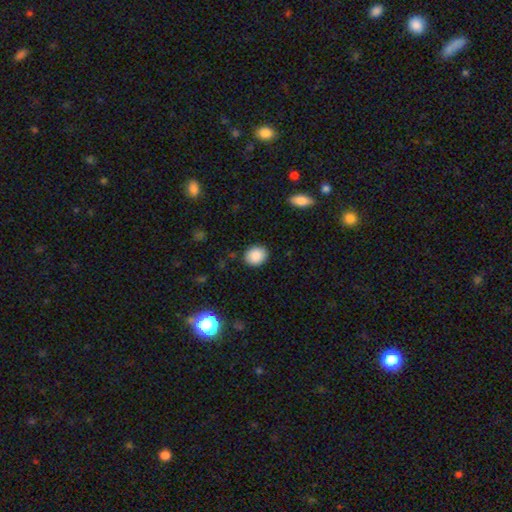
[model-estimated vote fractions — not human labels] smooth_or_featured: smooth (p=0.88) [alt: star or artifact p=0.08]
how_rounded: round (p=0.63) [alt: in between p=0.36]
merging: none (p=0.88) [alt: minor disturbance p=0.09]